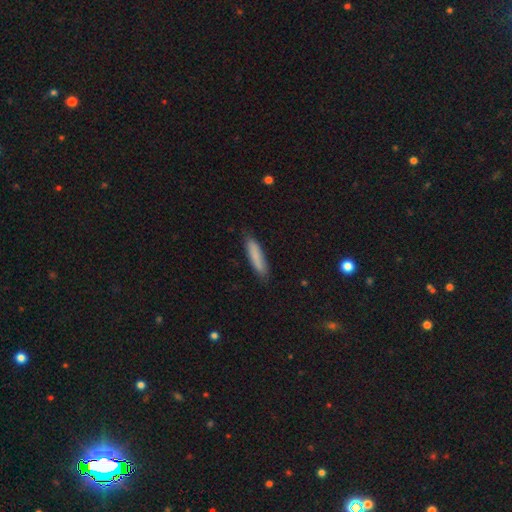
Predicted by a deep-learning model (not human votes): The model was most divided on "how rounded": cigar-shaped: 81%, in between: 18%, round: 1%. More confident: merging — none (83%); smooth or featured — smooth (83%).